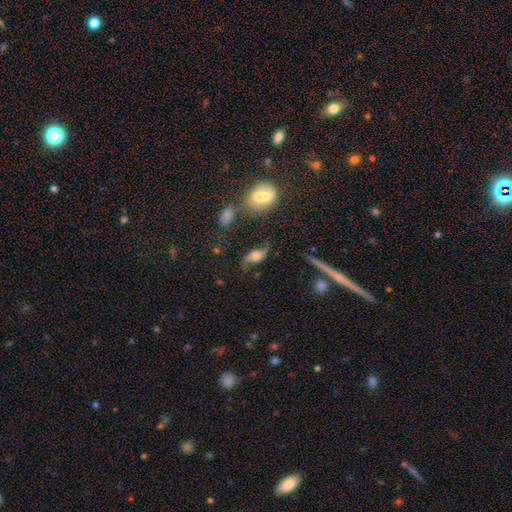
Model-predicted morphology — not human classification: A featured or disk galaxy (68%) with no bar (63%), 2 (92%) loose (84%) spiral arms (92%) and a large central bulge (30%).

Vote fractions:
- Smooth or featured? featured or disk: 68% / smooth: 22% / star or artifact: 10%
- Edge-on disk? no: 92% / yes: 8%
- Bar? no: 63% / weak: 30% / strong: 8%
- Spiral arms? yes: 92% / no: 8%
- Spiral winding? loose: 84% / medium: 13% / tight: 4%
- Spiral arm count? 2: 92% / 1: 3% / can't tell: 2% / 3: 1% / 4: 1% / more than 4: 1%
- Bulge size? large: 30% / moderate: 24% / none: 23% / small: 15% / dominant: 8%
- Merging? none: 60% / minor disturbance: 22% / major disturbance: 13% / merger: 5%